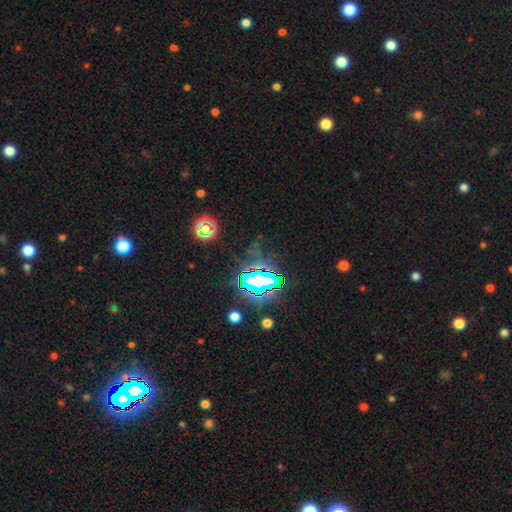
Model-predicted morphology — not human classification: Q: Smooth or featured?
A: star or artifact (80%); runner-up: smooth (12%)